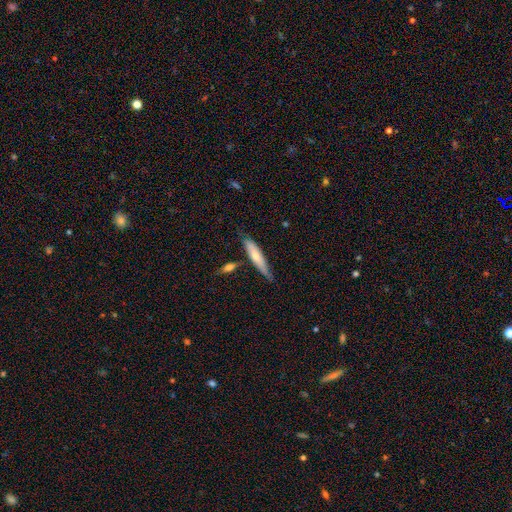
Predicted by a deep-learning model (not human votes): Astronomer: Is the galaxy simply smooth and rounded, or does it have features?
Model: smooth — 61%.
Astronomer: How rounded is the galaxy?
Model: cigar-shaped — 77%.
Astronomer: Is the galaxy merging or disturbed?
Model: none — 65%.